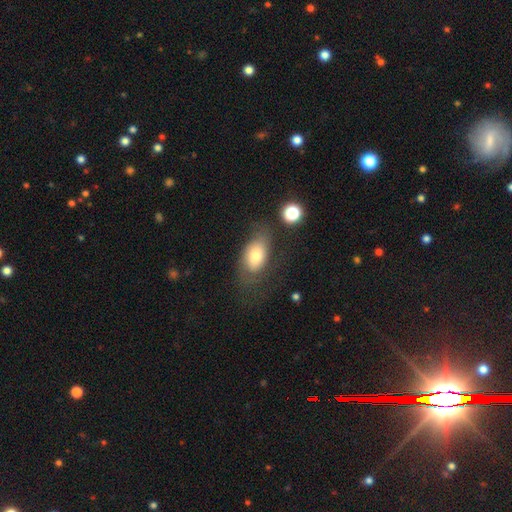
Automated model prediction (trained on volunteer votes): smooth-or-featured: smooth: 68% | featured or disk: 24% | star or artifact: 9%
  how-rounded: in between: 89% | round: 8% | cigar-shaped: 3%
  merging: none: 51% | minor disturbance: 25% | major disturbance: 20% | merger: 4%